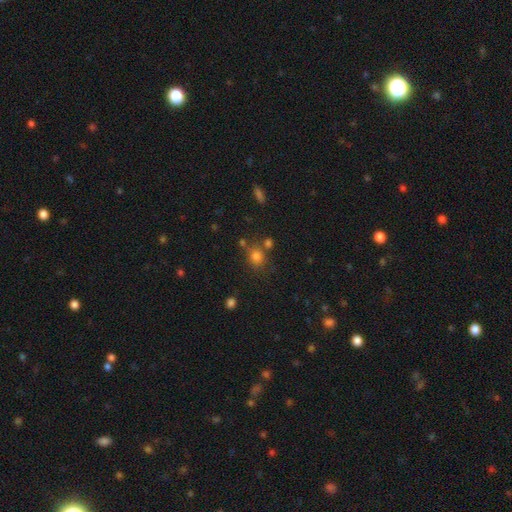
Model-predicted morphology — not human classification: Smooth or featured? Predicted: smooth (p=0.78). How rounded? Predicted: round (p=0.74). Merging? Predicted: none (p=0.68).